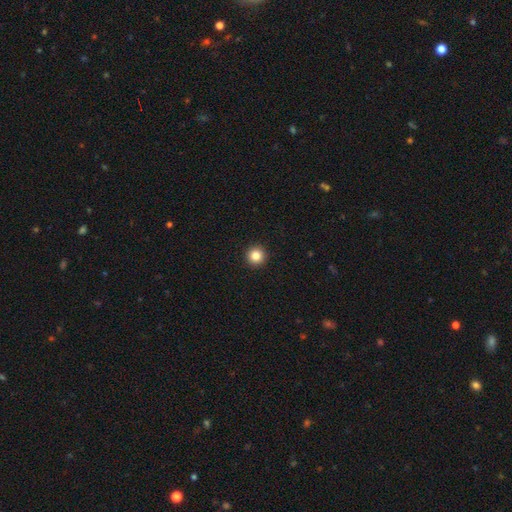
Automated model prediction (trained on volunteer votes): A smooth galaxy with no disk features (84%) that is round (96%).

Vote fractions:
- Smooth or featured? smooth: 84% / star or artifact: 11% / featured or disk: 5%
- How rounded? round: 96% / in between: 3% / cigar-shaped: 1%
- Merging? none: 94% / minor disturbance: 4% / major disturbance: 1% / merger: 1%